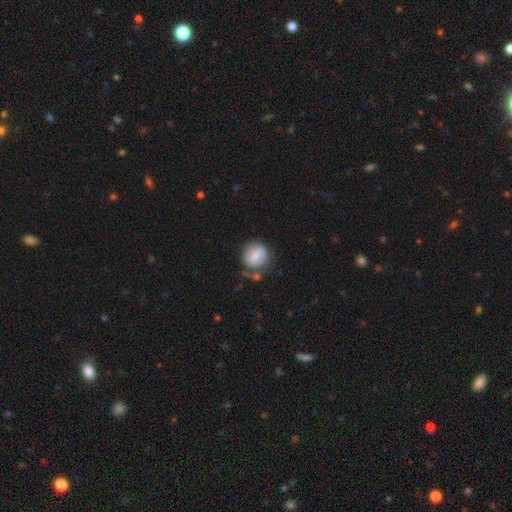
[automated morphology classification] A smooth galaxy with no disk features (64%) that is round (83%). Merging: none (55%).